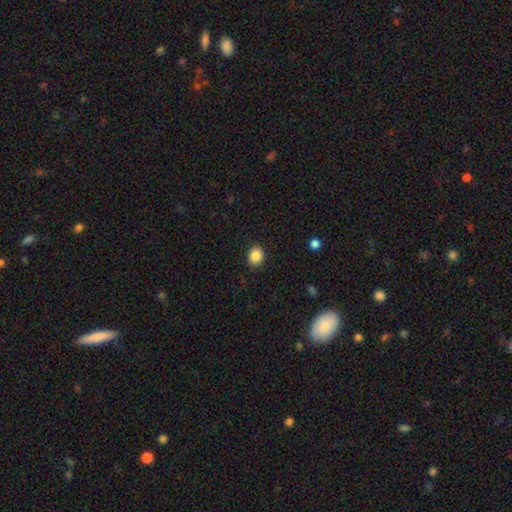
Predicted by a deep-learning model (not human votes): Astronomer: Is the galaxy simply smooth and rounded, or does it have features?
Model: smooth — 87%.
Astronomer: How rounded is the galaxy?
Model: round — 69%.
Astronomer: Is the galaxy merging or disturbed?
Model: none — 89%.